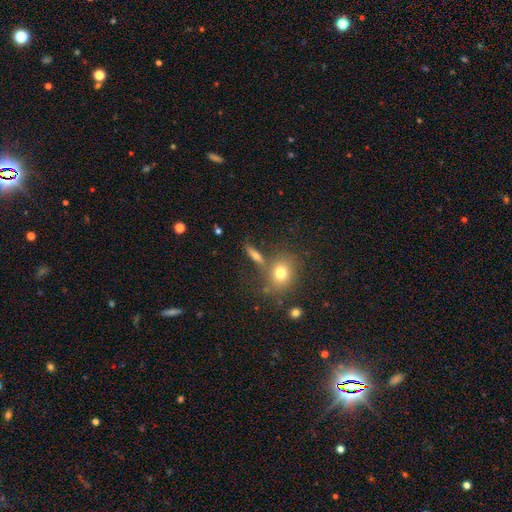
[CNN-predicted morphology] Smooth or featured: smooth — 60% (featured or disk — 26%)
How rounded: cigar-shaped — 45% (in between — 34%)
Merging: none — 71% (merger — 12%)